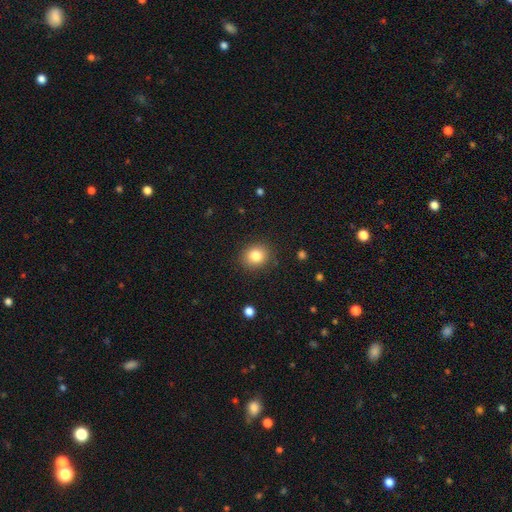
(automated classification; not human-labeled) Smooth or featured? smooth (82%)
How rounded? round (76%)
Merging? none (89%)